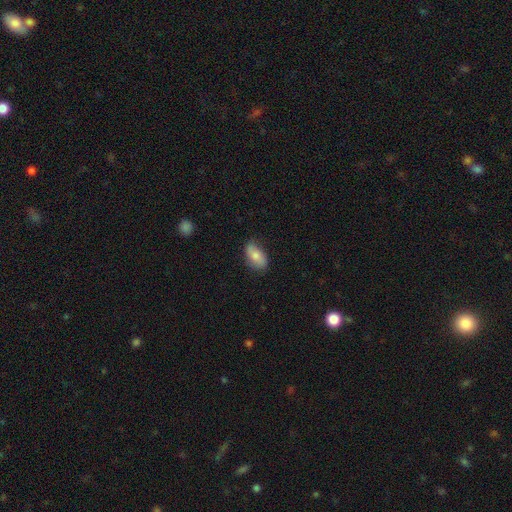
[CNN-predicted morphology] The model was most divided on "merging": none: 72%, minor disturbance: 22%, major disturbance: 4%, merger: 1%. More confident: how rounded — in between (91%); smooth or featured — smooth (74%).